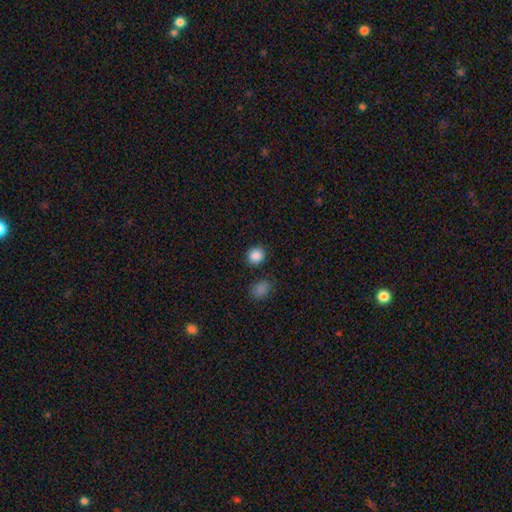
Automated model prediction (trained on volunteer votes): Q: Smooth or featured?
A: smooth (87%); runner-up: star or artifact (10%)
Q: How rounded?
A: round (84%); runner-up: in between (15%)
Q: Merging?
A: none (87%); runner-up: minor disturbance (7%)